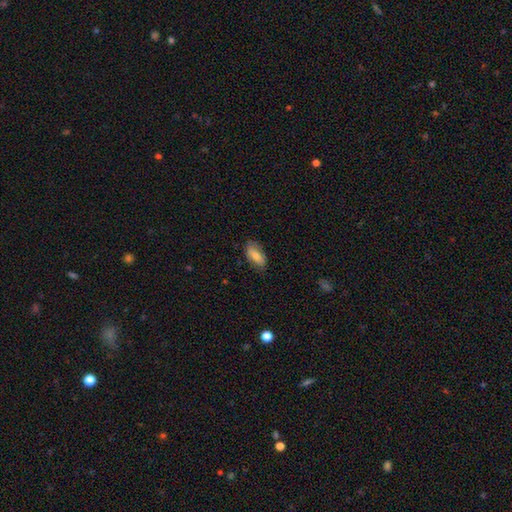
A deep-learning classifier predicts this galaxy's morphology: Q: Smooth or featured?
A: smooth (74%); runner-up: featured or disk (20%)
Q: How rounded?
A: in between (89%); runner-up: cigar-shaped (8%)
Q: Merging?
A: none (76%); runner-up: minor disturbance (19%)